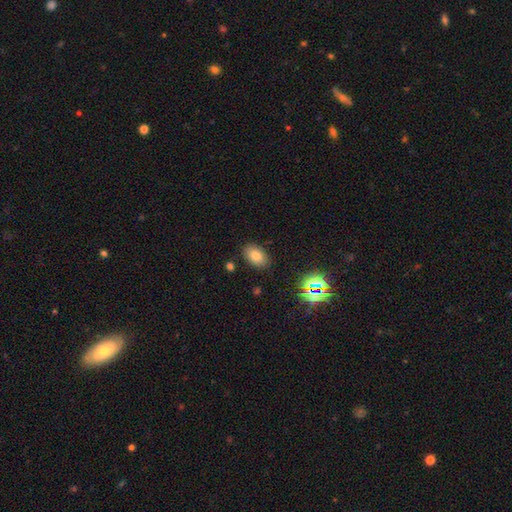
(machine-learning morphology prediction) Q: Smooth or featured?
A: smooth (77%); runner-up: star or artifact (14%)
Q: How rounded?
A: in between (86%); runner-up: round (12%)
Q: Merging?
A: none (86%); runner-up: minor disturbance (9%)